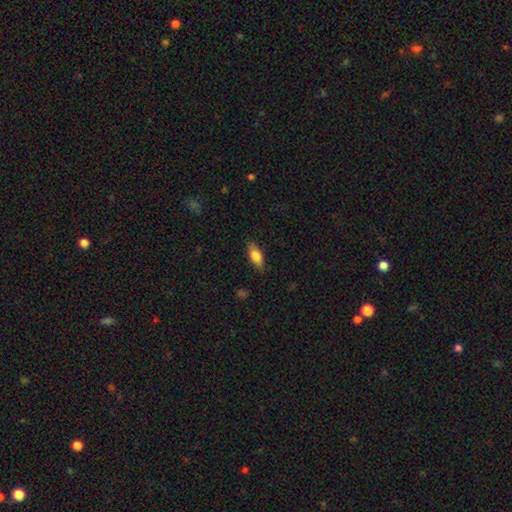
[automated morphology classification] This is likely a smooth galaxy (76%). How rounded: clearly in between (80%). Merging: clearly none (85%).